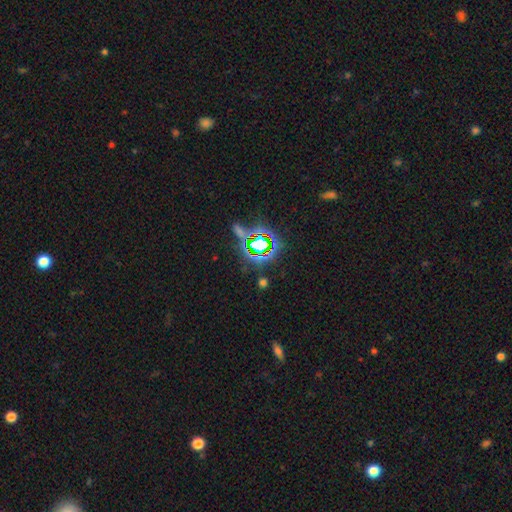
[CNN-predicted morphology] Smooth or featured? Predicted: star or artifact (p=0.71).